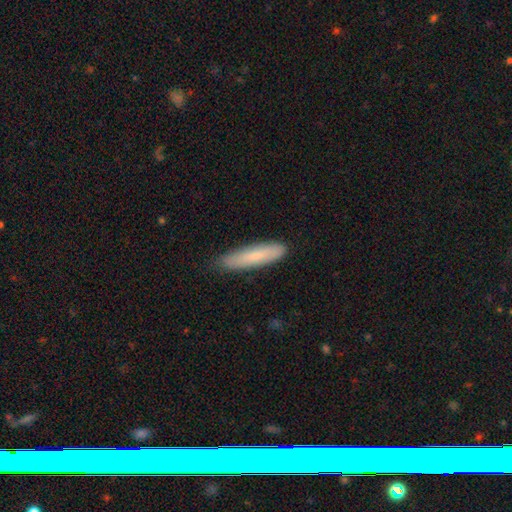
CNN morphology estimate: smooth 76%, featured or disk 18%, star or artifact 6%. Down the decision tree: how rounded — cigar-shaped (82%); merging — none (82%).